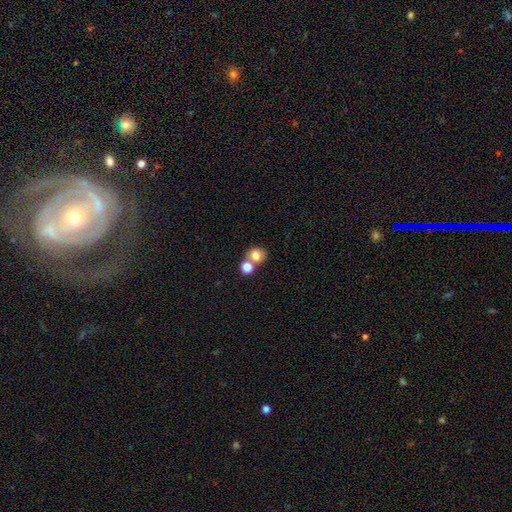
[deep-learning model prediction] This is likely a smooth galaxy (78%). How rounded: likely round (74%). Merging: possibly merger (46%).